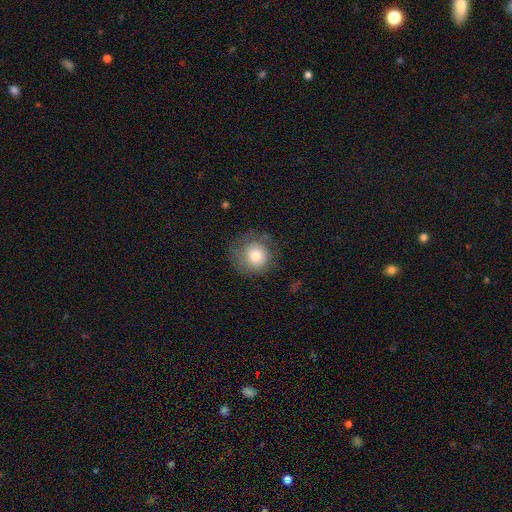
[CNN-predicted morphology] type=smooth (77%); roundness=round (89%); merging=none (66%).